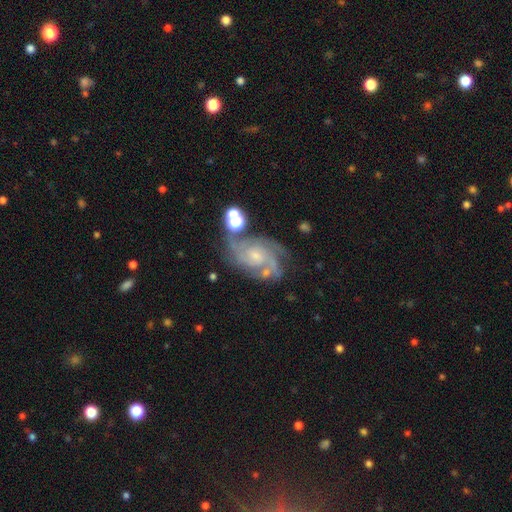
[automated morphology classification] Smooth or featured: featured or disk — 86% (star or artifact — 8%)
Edge-on disk: no — 97% (yes — 3%)
Bar: no — 65% (weak — 29%)
Spiral arms: yes — 97% (no — 3%)
Spiral winding: tight — 49% (medium — 42%)
Spiral arm count: 3 — 29% (tied with 2 — 29%)
Bulge size: small — 65% (moderate — 26%)
Merging: none — 61% (minor disturbance — 20%)